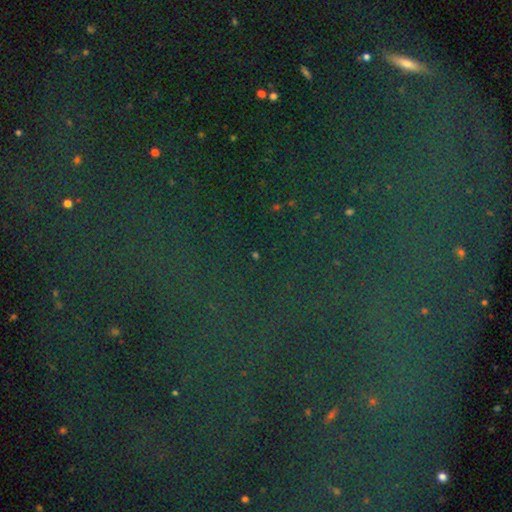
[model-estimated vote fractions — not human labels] Overall: star or artifact (75%).